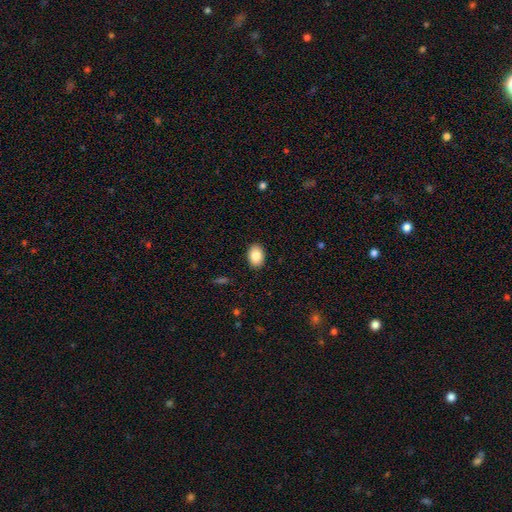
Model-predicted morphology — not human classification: Smooth or featured: smooth — 85% (featured or disk — 8%)
How rounded: in between — 80% (round — 19%)
Merging: none — 90% (minor disturbance — 7%)